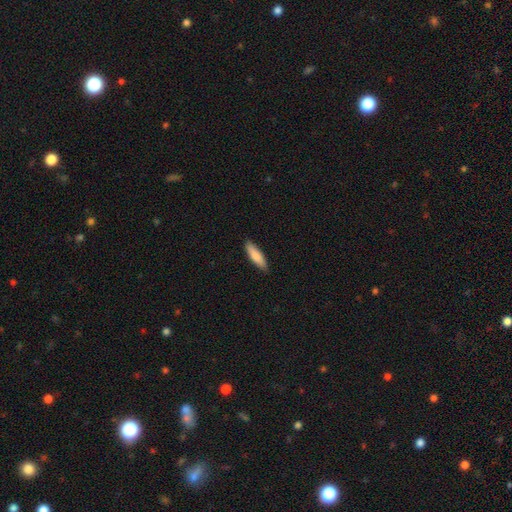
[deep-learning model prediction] Q: Smooth or featured?
A: smooth (84%); runner-up: featured or disk (11%)
Q: How rounded?
A: cigar-shaped (62%); runner-up: in between (37%)
Q: Merging?
A: none (87%); runner-up: minor disturbance (10%)